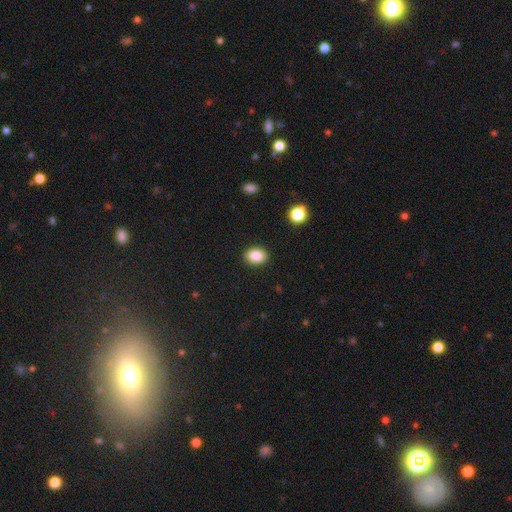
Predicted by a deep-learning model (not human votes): Q: Smooth or featured?
A: smooth (87%); runner-up: star or artifact (9%)
Q: How rounded?
A: in between (71%); runner-up: round (28%)
Q: Merging?
A: none (90%); runner-up: minor disturbance (7%)